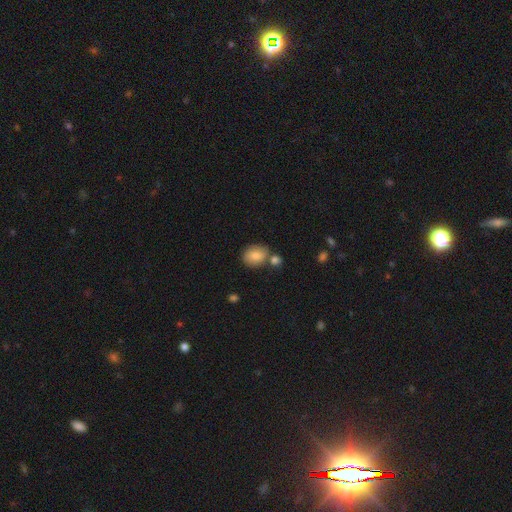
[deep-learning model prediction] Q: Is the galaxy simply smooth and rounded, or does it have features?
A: smooth — 82%.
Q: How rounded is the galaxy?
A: in between — 53%.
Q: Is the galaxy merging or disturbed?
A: none — 61%.